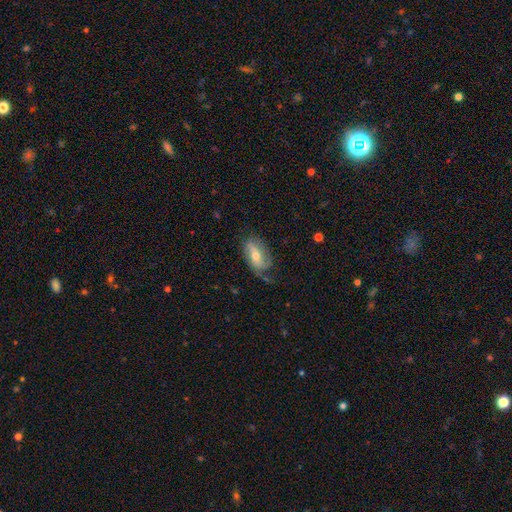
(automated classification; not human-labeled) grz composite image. It shows a featured or disk galaxy (56%). Merging: none (56%).